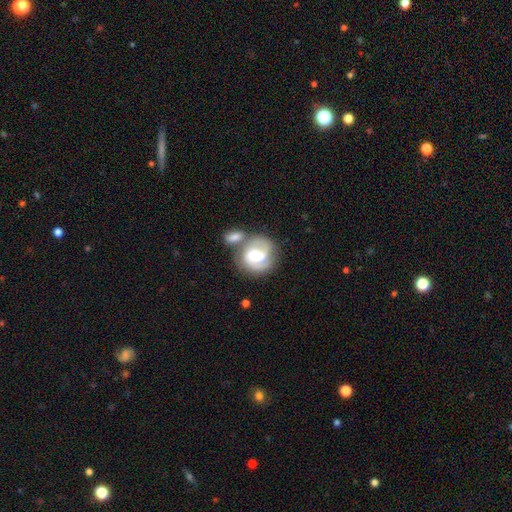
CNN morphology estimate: Smooth or featured: featured or disk — 76% (smooth — 18%)
Edge-on disk: no — 98% (yes — 2%)
Bar: weak — 50% (no — 33%)
Spiral arms: yes — 93% (no — 7%)
Spiral winding: medium — 45% (tight — 41%)
Spiral arm count: 2 — 79% (1 — 8%)
Bulge size: moderate — 67% (small — 20%)
Merging: none — 45% (merger — 35%)